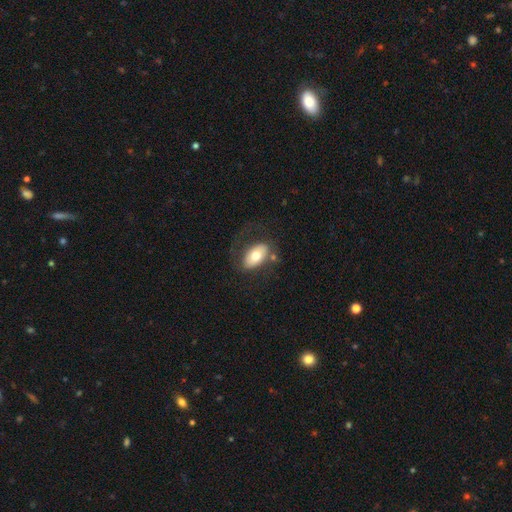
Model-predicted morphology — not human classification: smooth 62%, featured or disk 32%, star or artifact 6%. Down the decision tree: how rounded — in between (93%); merging — none (61%).